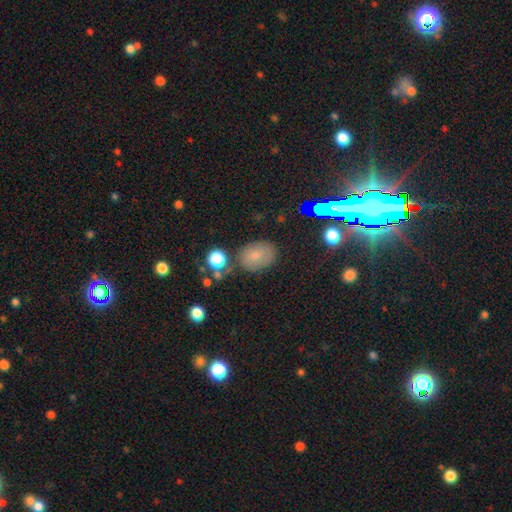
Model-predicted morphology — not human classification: smooth 73%, star or artifact 15%, featured or disk 12%. Down the decision tree: how rounded — in between (73%); merging — none (71%).